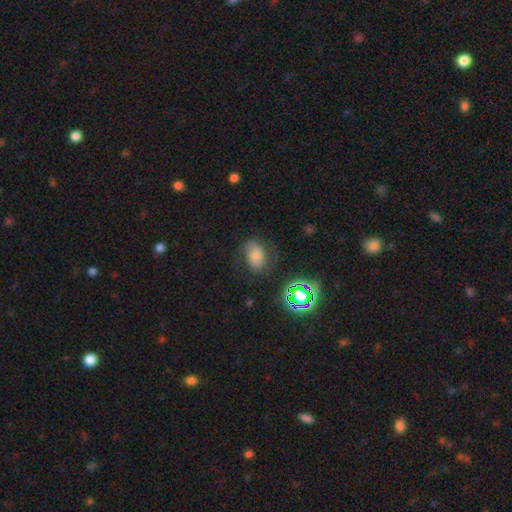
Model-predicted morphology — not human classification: smooth_or_featured: smooth (p=0.49) [alt: featured or disk p=0.29]
merging: none (p=0.61) [alt: minor disturbance p=0.23]